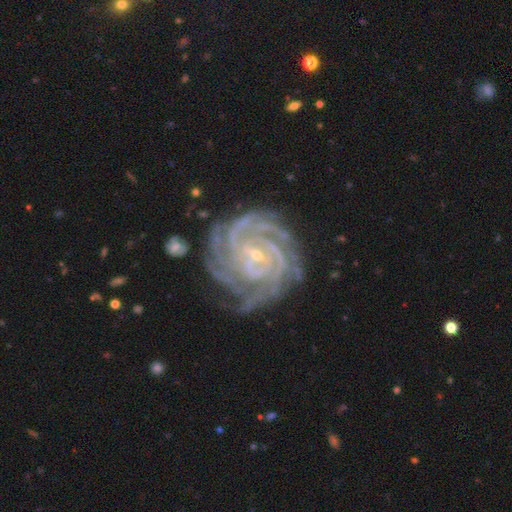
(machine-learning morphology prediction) Smooth or featured?
  - featured or disk: 92% *
  - star or artifact: 5%
  - smooth: 3%
Edge-on disk?
  - no: 98% *
  - yes: 2%
Bar?
  - weak: 41% *
  - no: 34%
  - strong: 25%
Spiral arms?
  - yes: 99% *
  - no: 1%
Spiral winding?
  - tight: 82% *
  - medium: 16%
  - loose: 2%
Spiral arm count?
  - 4: 37% *
  - more than 4: 17%
  - 3: 16%
  - can't tell: 13%
  - 2: 9%
  - 1: 7%
Bulge size?
  - small: 80% *
  - moderate: 16%
  - none: 2%
  - large: 1%
  - dominant: 1%
Merging?
  - none: 72% *
  - minor disturbance: 19%
  - major disturbance: 7%
  - merger: 2%